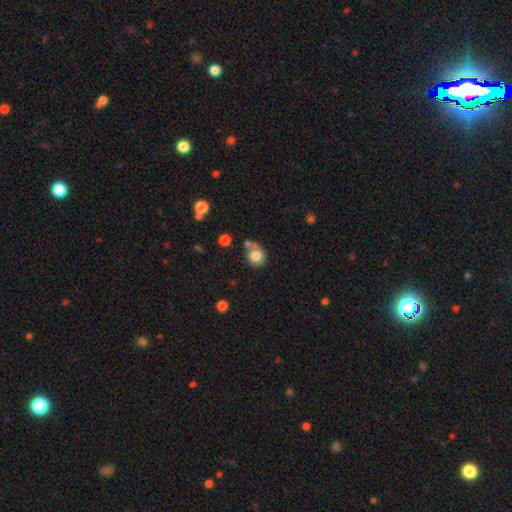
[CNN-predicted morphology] Smooth or featured?
  - smooth: 78% *
  - featured or disk: 12%
  - star or artifact: 10%
How rounded?
  - round: 78% *
  - in between: 21%
  - cigar-shaped: 1%
Merging?
  - none: 54% *
  - merger: 25%
  - minor disturbance: 15%
  - major disturbance: 6%